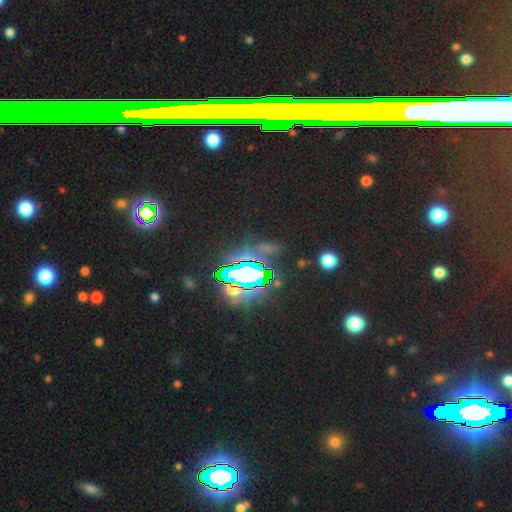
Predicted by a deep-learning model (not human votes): Smooth or featured? Predicted: star or artifact (p=0.79).